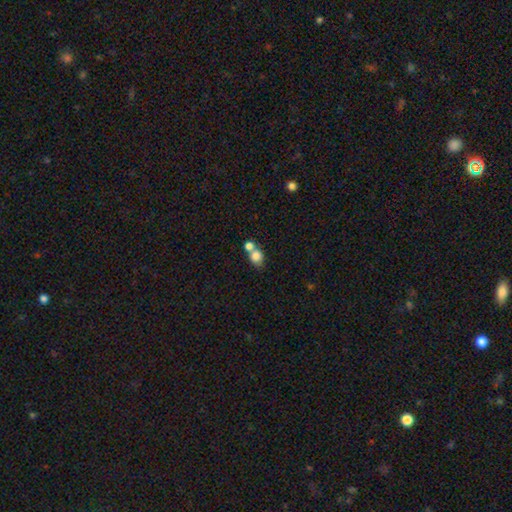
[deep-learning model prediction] Morphology: type=smooth (81%); roundness=round (63%); merging=merger (53%).